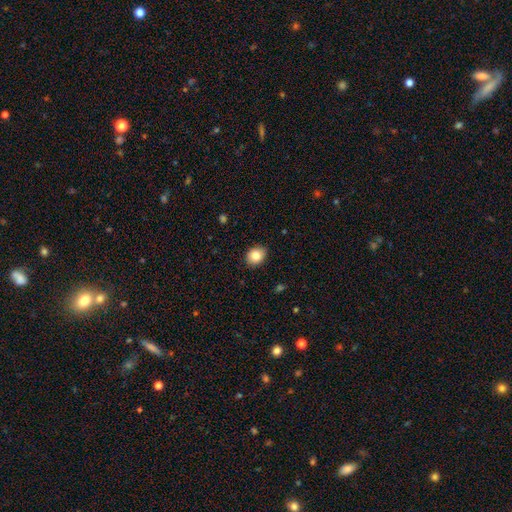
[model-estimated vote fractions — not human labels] smooth-or-featured: smooth: 84% | star or artifact: 9% | featured or disk: 7%
  how-rounded: round: 51% | in between: 48% | cigar-shaped: 1%
  merging: none: 88% | minor disturbance: 9% | major disturbance: 2% | merger: 1%